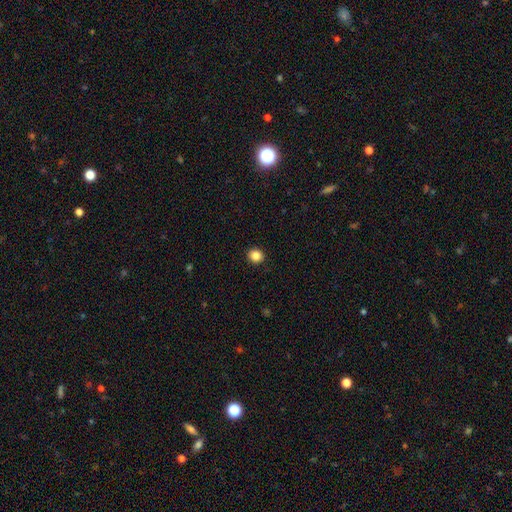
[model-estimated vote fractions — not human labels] This is clearly a smooth galaxy (85%). How rounded: clearly round (85%). Merging: clearly none (93%).